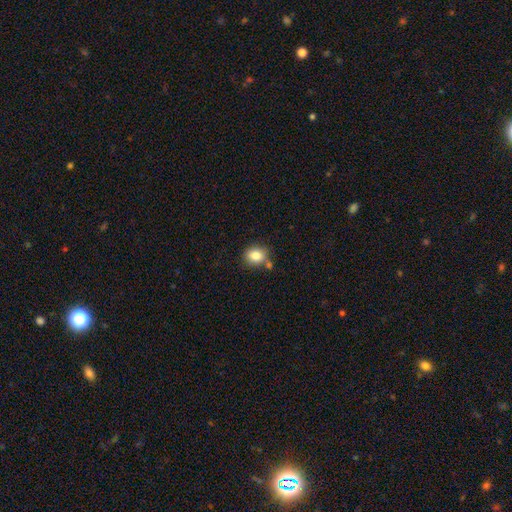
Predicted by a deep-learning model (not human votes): smooth 83%, star or artifact 10%, featured or disk 8%. Down the decision tree: how rounded — round (59%); merging — none (69%).